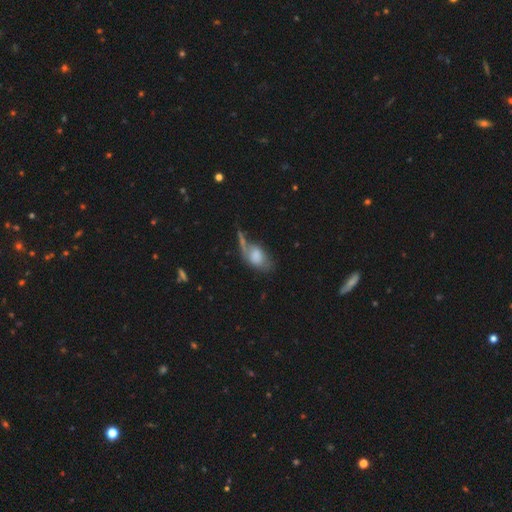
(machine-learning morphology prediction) smooth_or_featured: smooth (p=0.69) [alt: featured or disk p=0.22]
how_rounded: in between (p=0.83) [alt: round p=0.14]
merging: none (p=0.35) [alt: major disturbance p=0.23]